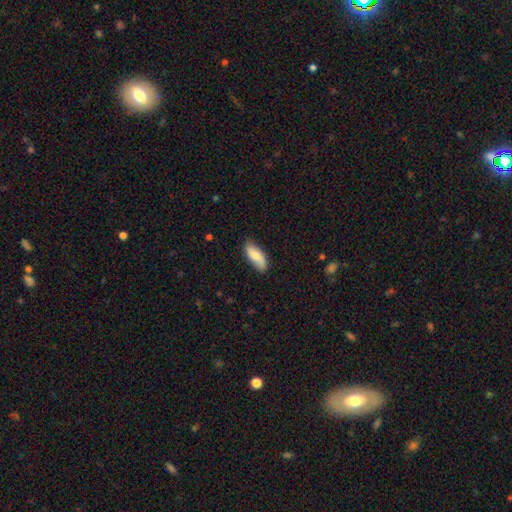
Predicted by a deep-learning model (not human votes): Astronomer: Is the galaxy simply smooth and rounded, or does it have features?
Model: smooth — 70%.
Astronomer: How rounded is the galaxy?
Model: in between — 76%.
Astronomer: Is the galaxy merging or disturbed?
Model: none — 78%.